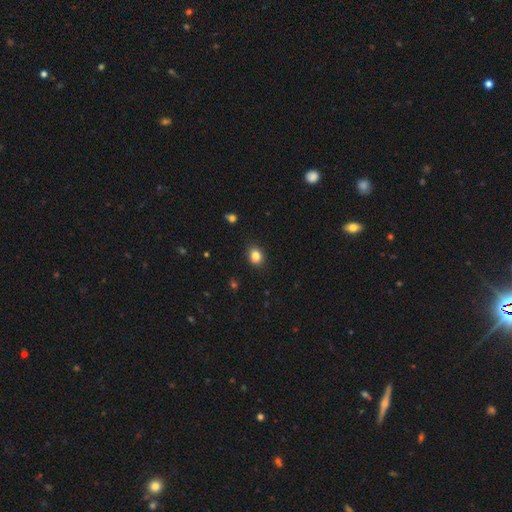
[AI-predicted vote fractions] This is clearly a smooth galaxy (83%). How rounded: possibly round (55%). Merging: clearly none (88%).